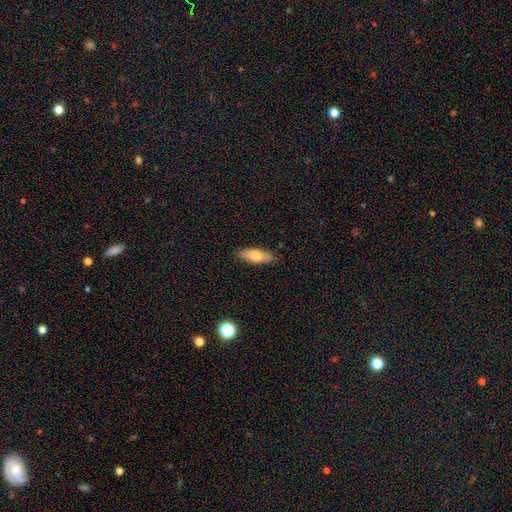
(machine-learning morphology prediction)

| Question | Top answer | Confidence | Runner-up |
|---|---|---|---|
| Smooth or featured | smooth | 74% | featured or disk (20%) |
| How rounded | in between | 63% | cigar-shaped (34%) |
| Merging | none | 88% | minor disturbance (9%) |